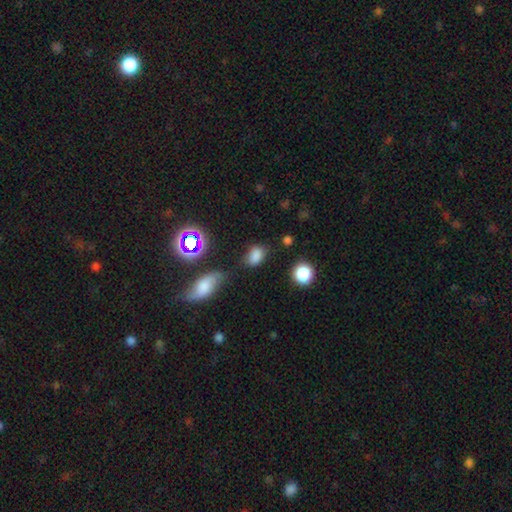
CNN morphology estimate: This appears to be a smooth galaxy with no disk features (77%) that is in between round and cigar-shaped (80%). Merging: none (63%).